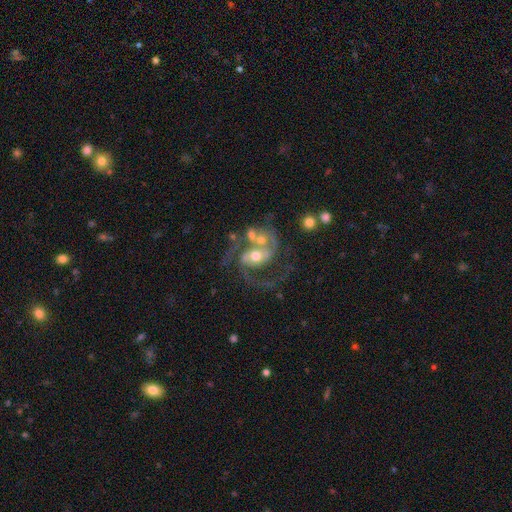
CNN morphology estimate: smooth_or_featured: featured or disk (p=0.84) [alt: smooth p=0.10]
disk_edge_on: no (p=0.98) [alt: yes p=0.02]
bar: no (p=0.55) [alt: weak p=0.31]
has_spiral_arms: yes (p=0.91) [alt: no p=0.09]
spiral_winding: medium (p=0.49) [alt: loose p=0.36]
spiral_arm_count: 2 (p=0.74) [alt: 1 p=0.12]
bulge_size: moderate (p=0.67) [alt: small p=0.19]
merging: none (p=0.31) [tied with: merger p=0.31]